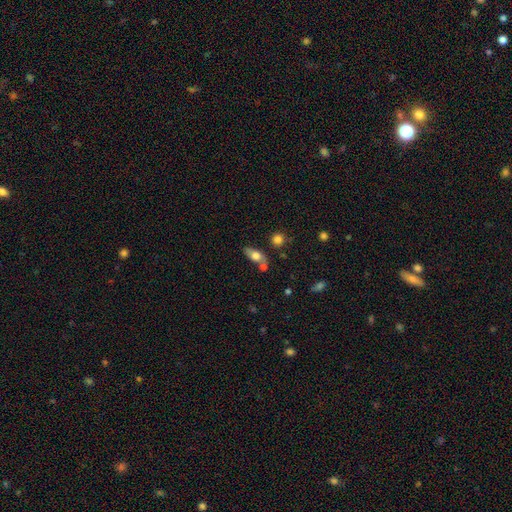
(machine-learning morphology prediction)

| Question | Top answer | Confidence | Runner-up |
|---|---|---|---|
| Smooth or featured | smooth | 66% | featured or disk (26%) |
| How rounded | in between | 77% | cigar-shaped (13%) |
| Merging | none | 57% | merger (21%) |